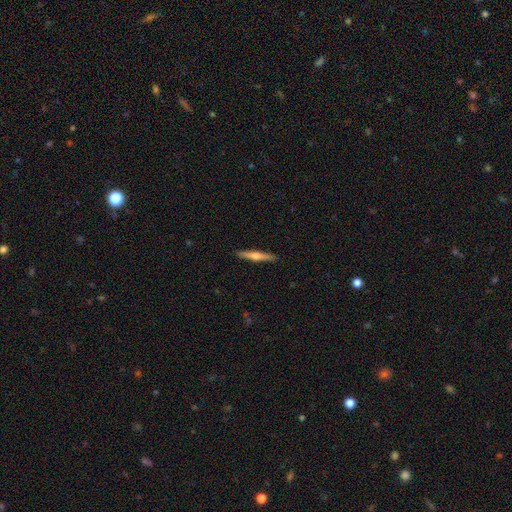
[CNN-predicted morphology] featured or disk 55%, smooth 39%, star or artifact 5%. Down the decision tree: edge-on disk — yes (97%); edge-on bulge — rounded (84%); merging — none (92%).